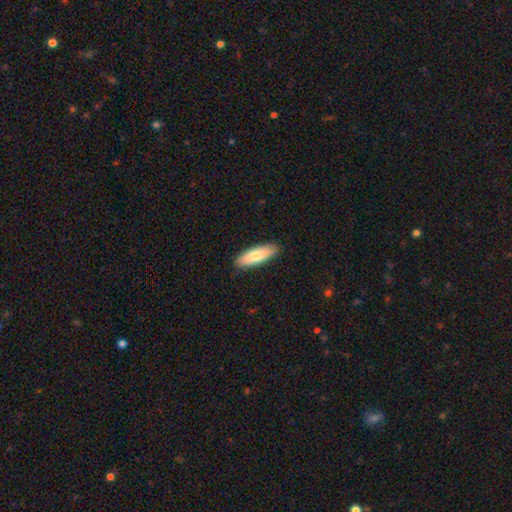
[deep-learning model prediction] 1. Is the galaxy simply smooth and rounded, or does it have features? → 78% smooth, 17% featured or disk, 5% star or artifact.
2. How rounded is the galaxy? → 56% in between, 42% cigar-shaped, 2% round.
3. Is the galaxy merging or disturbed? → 89% none, 9% minor disturbance, 2% major disturbance, 1% merger.